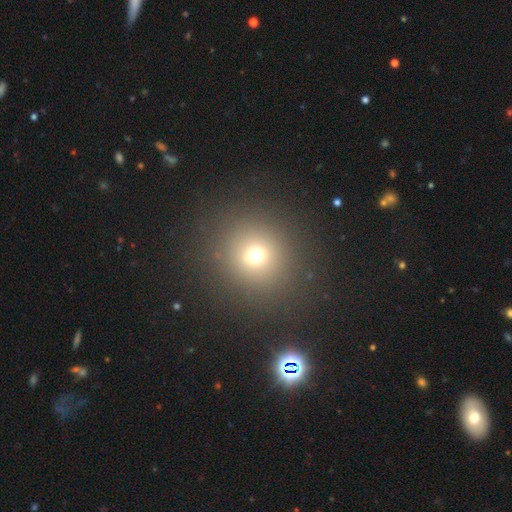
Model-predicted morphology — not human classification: smooth 69%, star or artifact 22%, featured or disk 10%. Down the decision tree: how rounded — round (89%); merging — none (87%).